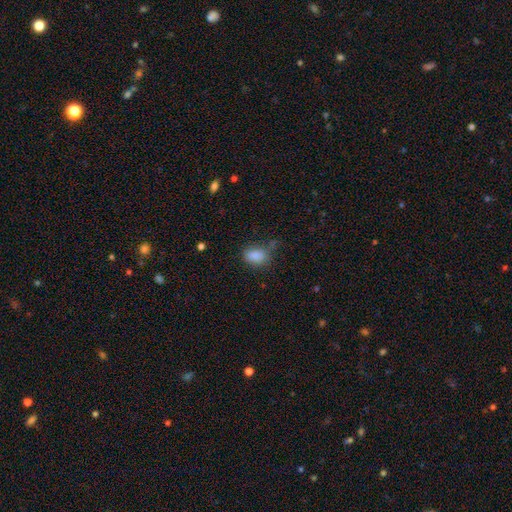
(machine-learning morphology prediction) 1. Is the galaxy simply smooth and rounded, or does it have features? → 86% smooth, 9% star or artifact, 5% featured or disk.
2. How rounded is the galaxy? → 79% in between, 19% round, 2% cigar-shaped.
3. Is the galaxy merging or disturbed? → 62% none, 25% minor disturbance, 9% major disturbance, 5% merger.